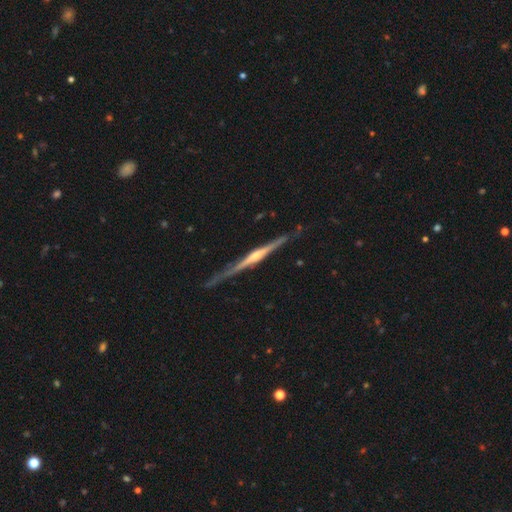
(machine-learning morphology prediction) Smooth or featured? featured or disk (86%)
Edge-on disk? yes (98%)
Edge-on bulge? rounded (78%)
Merging? none (83%)